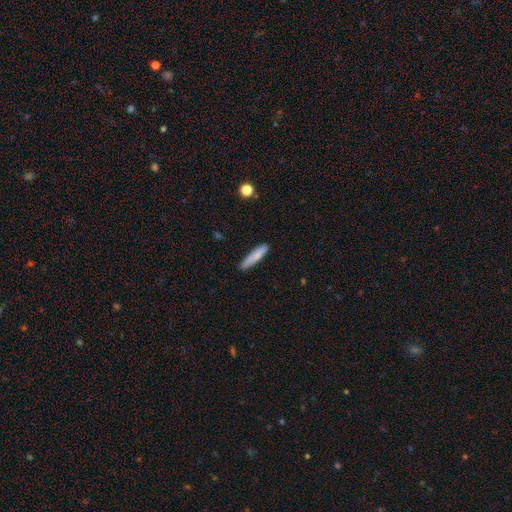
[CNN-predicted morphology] This is likely a smooth galaxy (79%). How rounded: clearly cigar-shaped (86%). Merging: clearly none (84%).